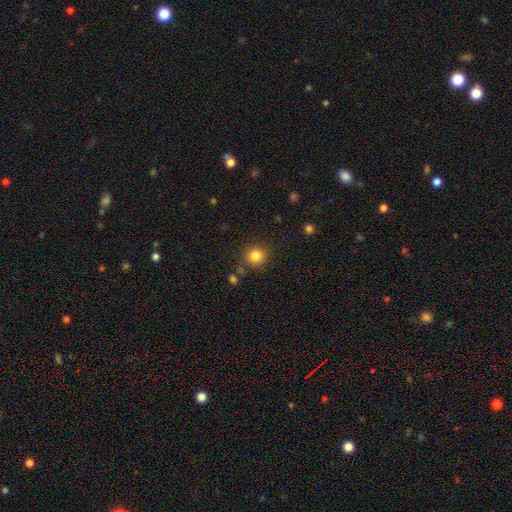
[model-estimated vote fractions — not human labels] Smooth or featured? Predicted: smooth (p=0.82). How rounded? Predicted: round (p=0.87). Merging? Predicted: none (p=0.82).